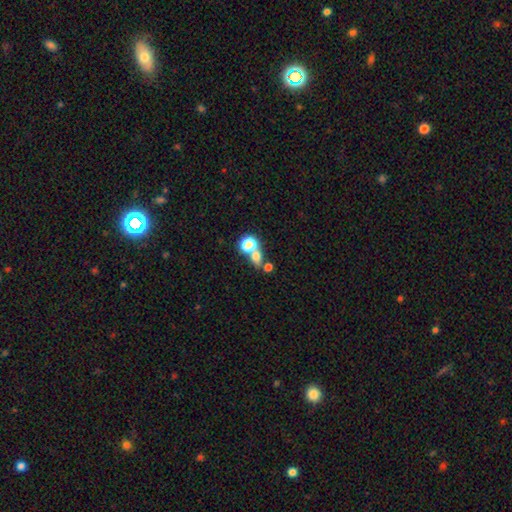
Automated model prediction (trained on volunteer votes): This appears to be a smooth galaxy with no disk features (68%) that is round (64%). Merging: merger (49%).